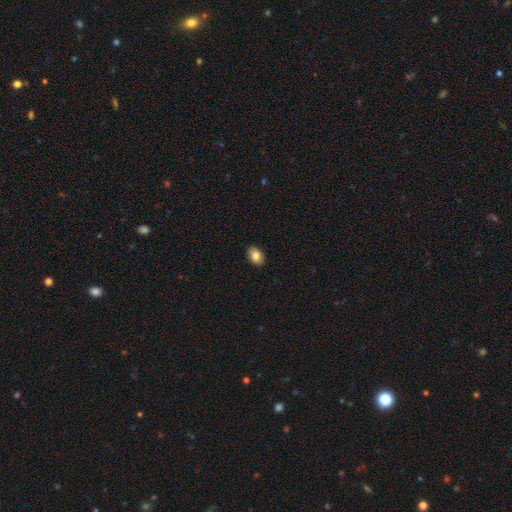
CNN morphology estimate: A smooth galaxy with no disk features (86%) that is in between round and cigar-shaped (84%). Merging: none (88%).